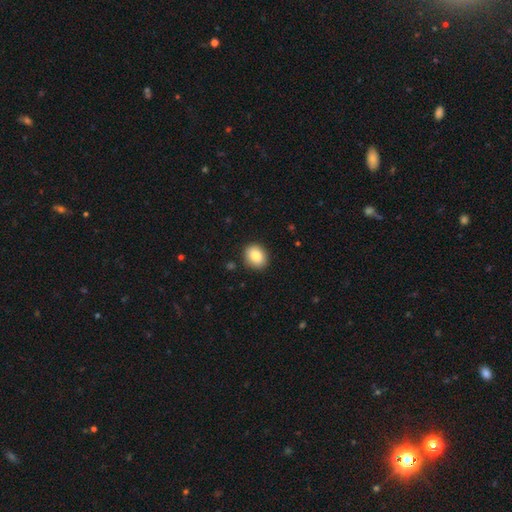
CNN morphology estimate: Q: Smooth or featured?
A: smooth (86%); runner-up: star or artifact (8%)
Q: How rounded?
A: round (56%); runner-up: in between (43%)
Q: Merging?
A: none (88%); runner-up: minor disturbance (9%)